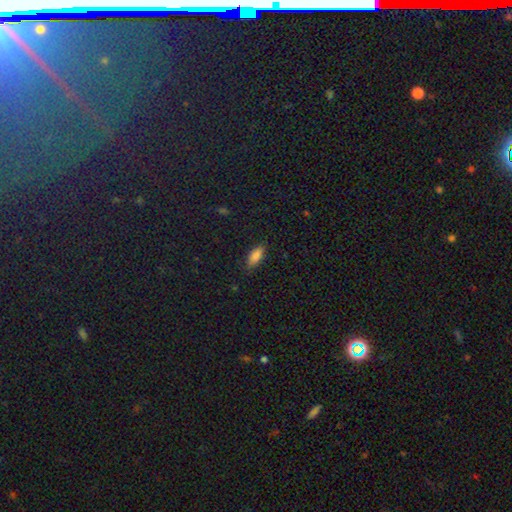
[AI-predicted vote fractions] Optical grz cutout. It shows a smooth galaxy with no disk features (85%) that is in between round and cigar-shaped (82%). Merging: none (82%).